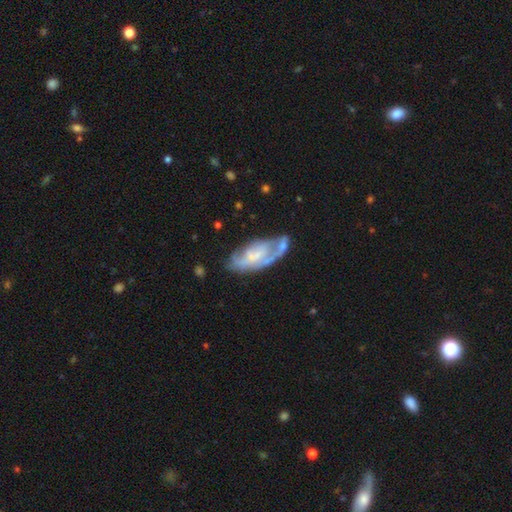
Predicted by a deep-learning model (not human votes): smooth_or_featured: featured or disk (p=0.67) [alt: smooth p=0.26]
disk_edge_on: no (p=0.90) [alt: yes p=0.10]
bar: no (p=0.59) [alt: weak p=0.32]
has_spiral_arms: yes (p=0.69) [alt: no p=0.31]
bulge_size: small (p=0.42) [alt: none p=0.28]
merging: none (p=0.44) [alt: minor disturbance p=0.26]